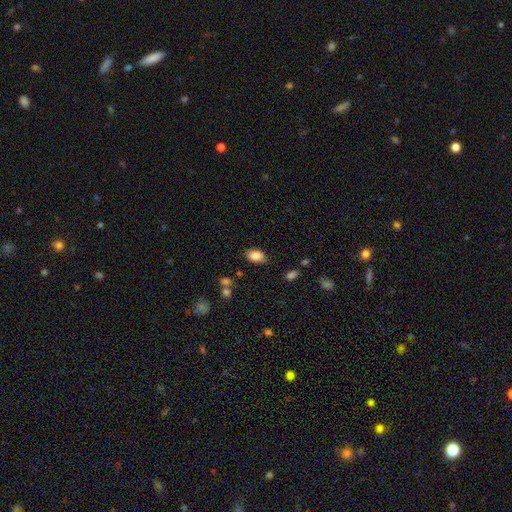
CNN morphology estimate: type=smooth (86%); roundness=in between (89%); merging=none (79%).